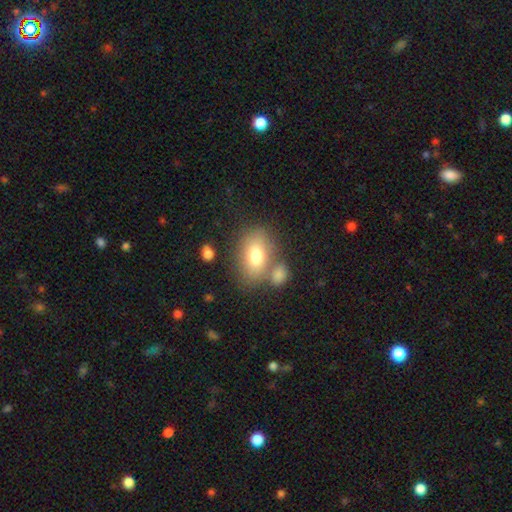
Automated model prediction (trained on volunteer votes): Smooth or featured? smooth (76%)
How rounded? in between (85%)
Merging? none (58%)